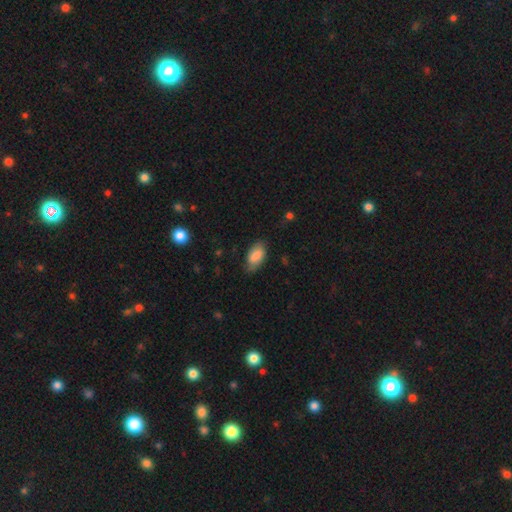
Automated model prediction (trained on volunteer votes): Smooth or featured? Predicted: smooth (p=0.81). How rounded? Predicted: in between (p=0.93). Merging? Predicted: none (p=0.72).